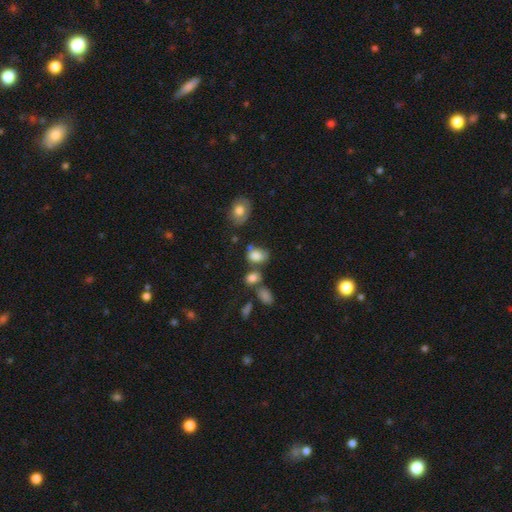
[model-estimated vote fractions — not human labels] smooth 79%, star or artifact 11%, featured or disk 10%. Down the decision tree: how rounded — in between (76%); merging — none (46%).